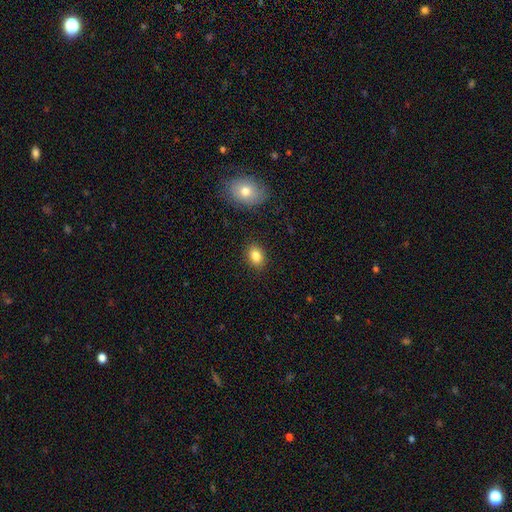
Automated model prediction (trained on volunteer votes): smooth_or_featured: smooth (p=0.84) [alt: star or artifact p=0.09]
how_rounded: in between (p=0.68) [alt: round p=0.31]
merging: none (p=0.87) [alt: minor disturbance p=0.09]